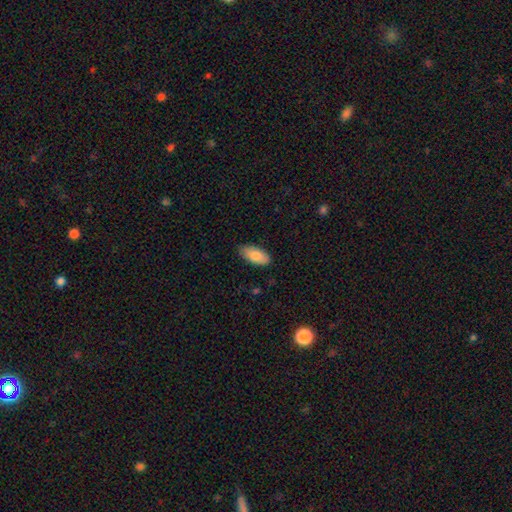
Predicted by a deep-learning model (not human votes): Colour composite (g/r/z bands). It shows a smooth galaxy with no disk features (83%) that is in between round and cigar-shaped (91%). Merging: none (84%).